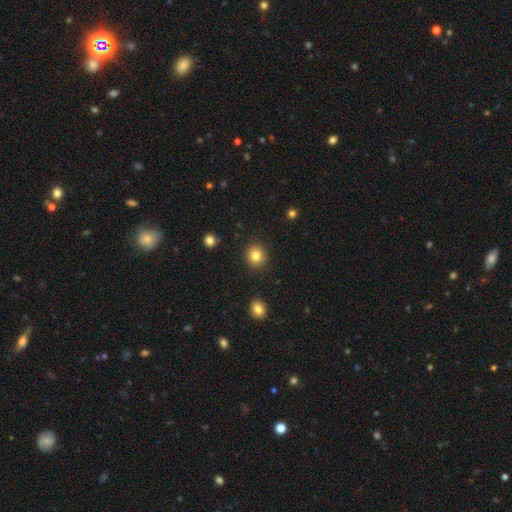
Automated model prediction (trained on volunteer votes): Smooth or featured?
  - smooth: 83% *
  - star or artifact: 11%
  - featured or disk: 7%
How rounded?
  - round: 87% *
  - in between: 12%
  - cigar-shaped: 1%
Merging?
  - none: 90% *
  - minor disturbance: 6%
  - major disturbance: 2%
  - merger: 2%